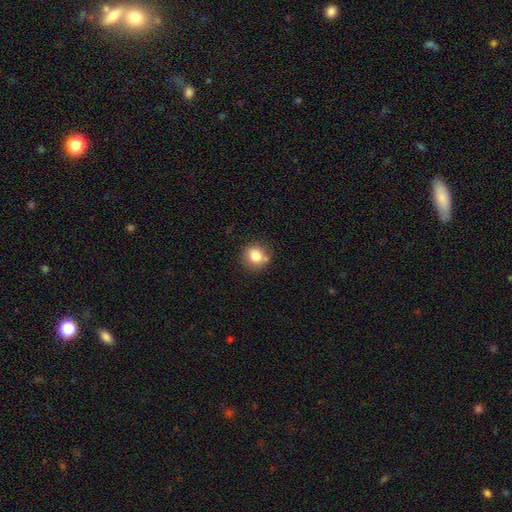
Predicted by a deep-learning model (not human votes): This appears to be a smooth galaxy with no disk features (81%) that is round (88%). Merging: none (75%).